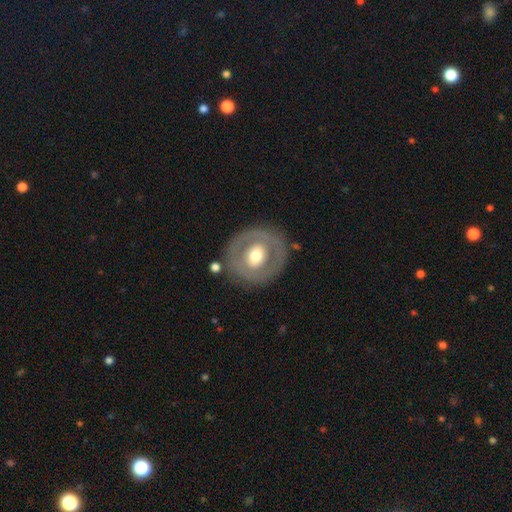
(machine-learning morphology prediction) A featured or disk galaxy (52%).

Vote fractions:
- Smooth or featured? featured or disk: 52% / smooth: 42% / star or artifact: 6%
- Edge-on disk? no: 94% / yes: 6%
- Merging? none: 80% / minor disturbance: 11% / major disturbance: 6% / merger: 3%